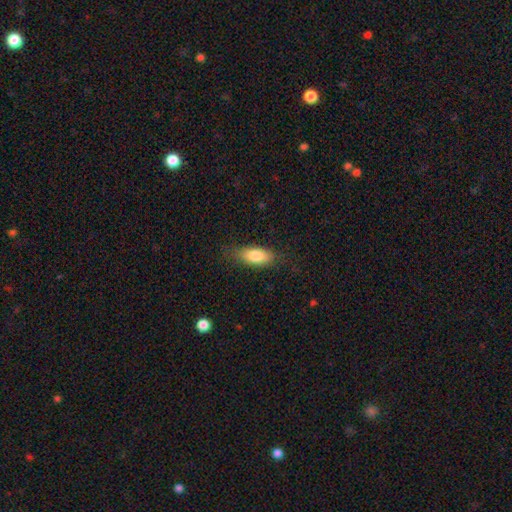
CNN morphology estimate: Smooth or featured? Predicted: smooth (p=0.82). How rounded? Predicted: in between (p=0.81). Merging? Predicted: none (p=0.75).